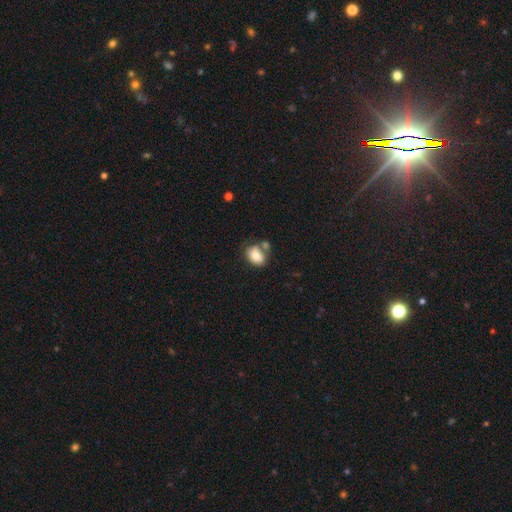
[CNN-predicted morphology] type=smooth (77%); roundness=in between (71%); merging=none (46%).